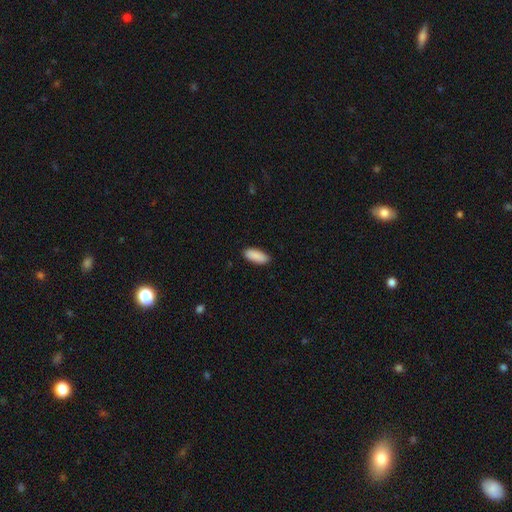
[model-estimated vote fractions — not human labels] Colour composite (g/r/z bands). It shows a smooth galaxy with no disk features (90%) that is in between round and cigar-shaped (82%). Merging: none (88%).